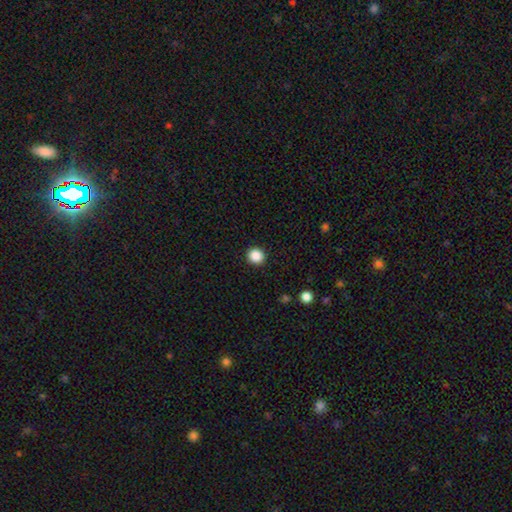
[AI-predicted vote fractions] Overall: smooth (87%). How rounded: round (88%). Merging: none (92%).